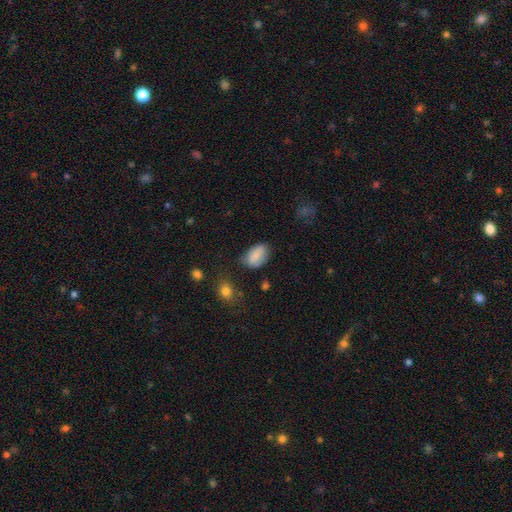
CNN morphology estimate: Q: Smooth or featured?
A: smooth (84%); runner-up: featured or disk (8%)
Q: How rounded?
A: in between (89%); runner-up: round (10%)
Q: Merging?
A: none (63%); runner-up: minor disturbance (27%)